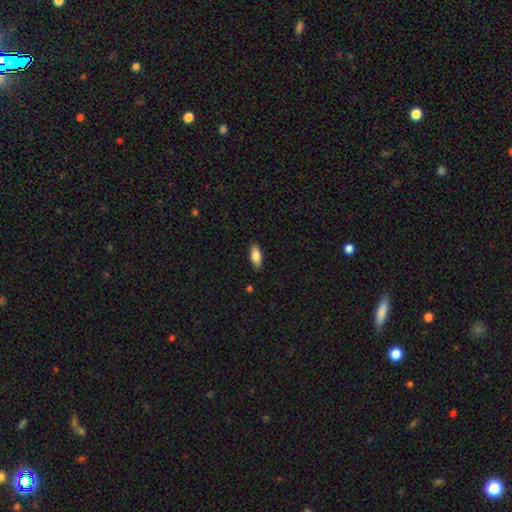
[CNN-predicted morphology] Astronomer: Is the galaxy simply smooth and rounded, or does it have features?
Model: smooth — 82%.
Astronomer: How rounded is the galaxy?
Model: in between — 78%.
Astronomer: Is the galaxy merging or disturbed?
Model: none — 87%.